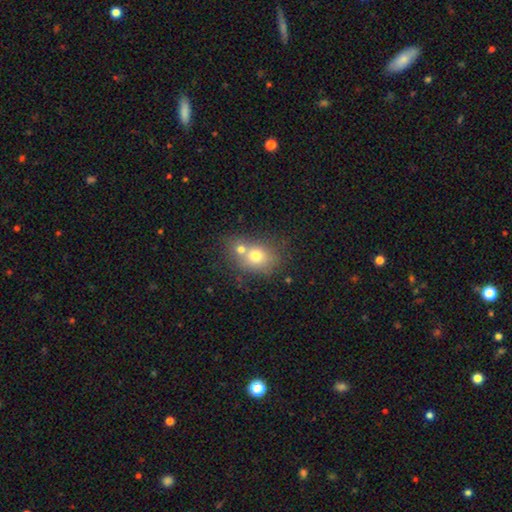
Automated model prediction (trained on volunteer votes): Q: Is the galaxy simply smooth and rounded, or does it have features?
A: smooth — 69%.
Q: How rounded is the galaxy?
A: round — 57%.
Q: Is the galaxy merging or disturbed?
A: merger — 51%.